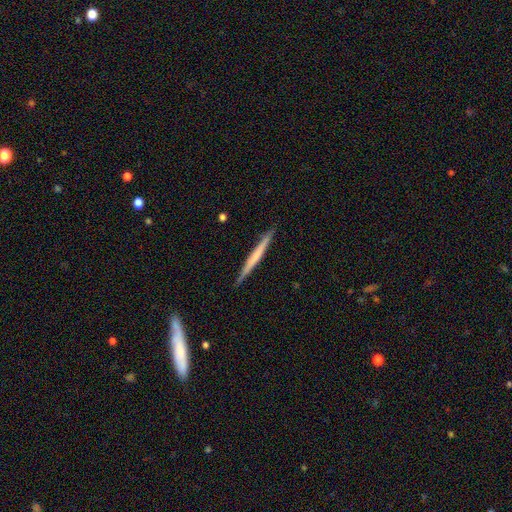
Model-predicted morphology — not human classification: smooth_or_featured: featured or disk (p=0.48) [alt: smooth p=0.47]
merging: none (p=0.90) [alt: minor disturbance p=0.07]